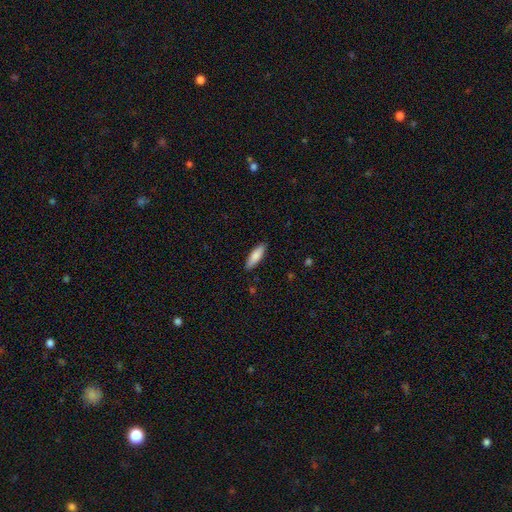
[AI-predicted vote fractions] smooth 85%, featured or disk 10%, star or artifact 6%. Down the decision tree: how rounded — cigar-shaped (51%); merging — none (88%).